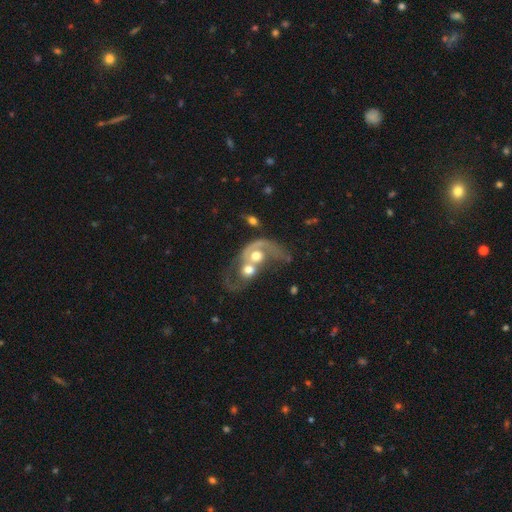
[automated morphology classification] Smooth or featured: featured or disk — 63% (smooth — 29%)
Edge-on disk: no — 96% (yes — 4%)
Bar: no — 79% (weak — 17%)
Spiral arms: yes — 68% (no — 32%)
Bulge size: moderate — 55% (large — 29%)
Merging: merger — 76% (major disturbance — 11%)